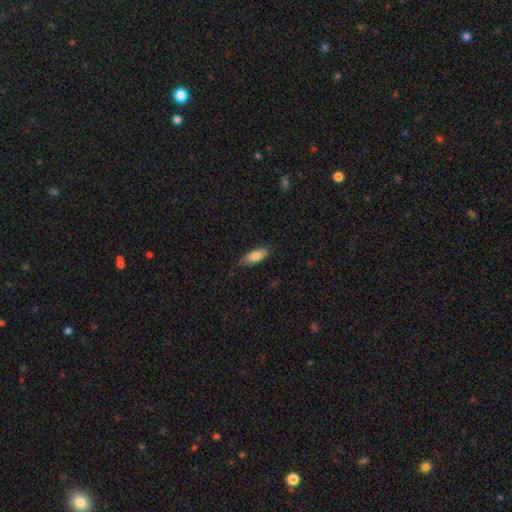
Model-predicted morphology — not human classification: This is clearly a smooth galaxy (81%). How rounded: likely in between (71%). Merging: likely none (78%).